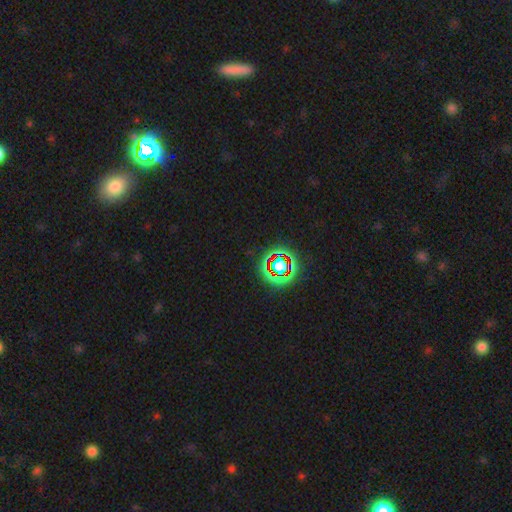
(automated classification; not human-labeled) smooth_or_featured: star or artifact (p=0.75) [alt: smooth p=0.13]